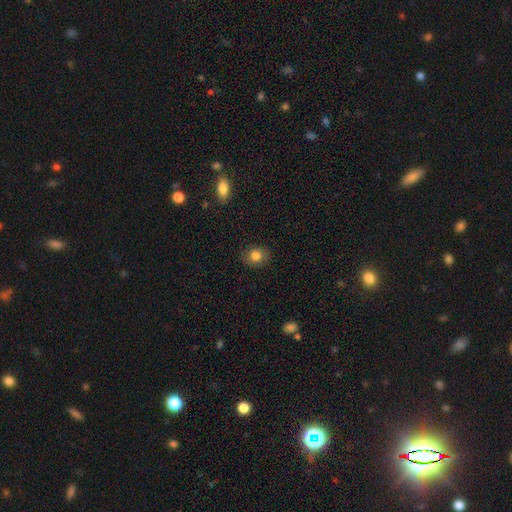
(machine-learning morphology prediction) Overall: smooth (82%). How rounded: round (64%; in between 35%). Merging: none (86%).